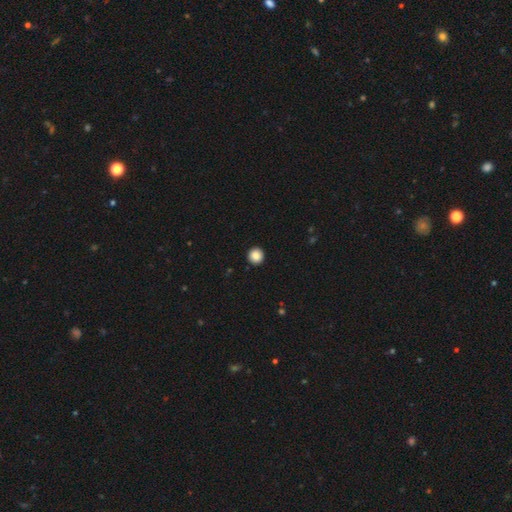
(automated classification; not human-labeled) This is clearly a smooth galaxy (87%). How rounded: clearly round (96%). Merging: clearly none (94%).